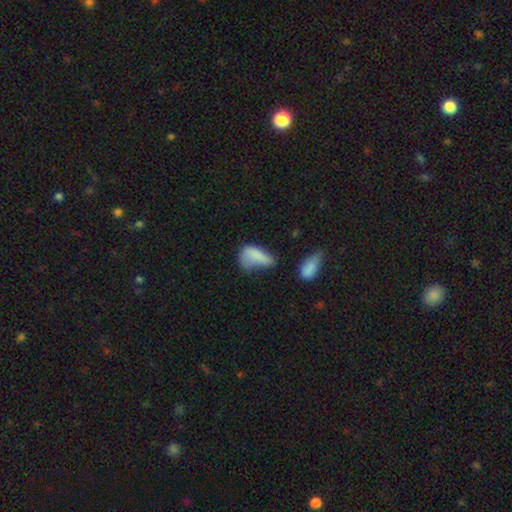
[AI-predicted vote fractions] Overall: smooth (74%). How rounded: in between (81%). Merging: major disturbance (38%; minor disturbance 29%).